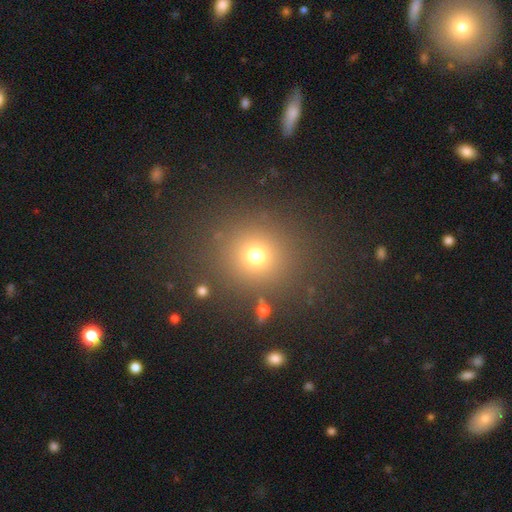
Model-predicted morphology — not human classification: type=smooth (71%); roundness=round (90%); merging=none (85%).